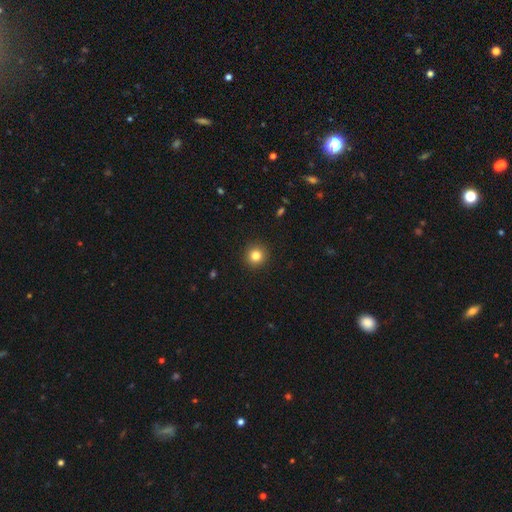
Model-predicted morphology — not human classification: The model was most divided on "smooth or featured": smooth: 83%, star or artifact: 11%, featured or disk: 6%. More confident: how rounded — round (94%); merging — none (93%).